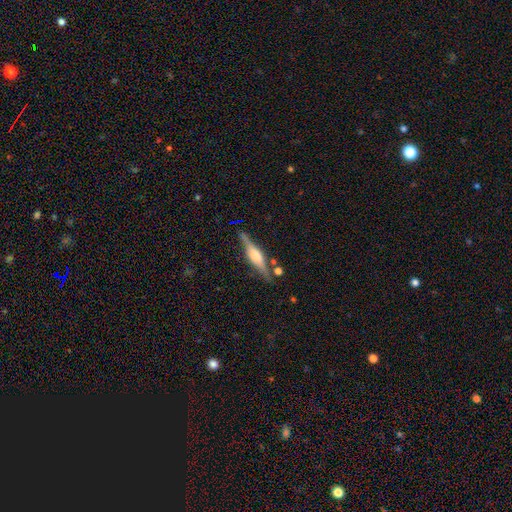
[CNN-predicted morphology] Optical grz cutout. It shows a featured or disk galaxy (75%) viewed edge-on (97%) with a rounded central bulge (62%). Merging: none (82%).